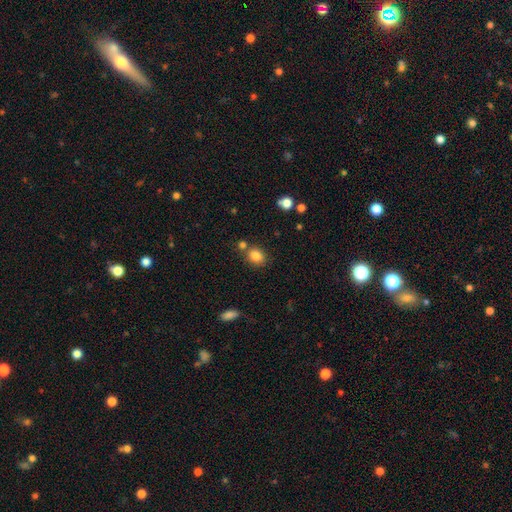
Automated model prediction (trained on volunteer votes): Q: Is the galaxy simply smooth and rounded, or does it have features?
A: smooth — 83%.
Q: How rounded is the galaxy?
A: in between — 52%.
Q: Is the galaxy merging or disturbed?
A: none — 66%.